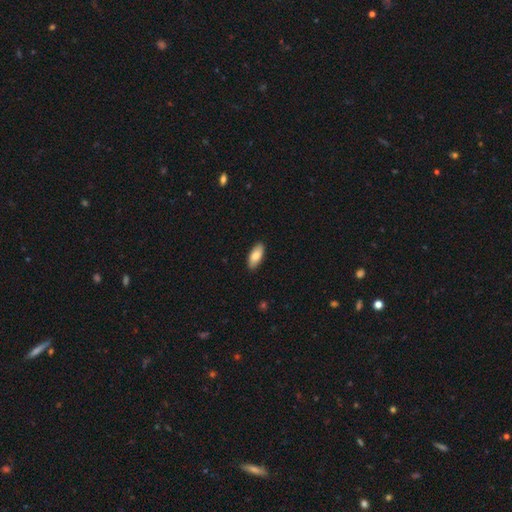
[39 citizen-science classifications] This appears to be a smooth galaxy with no disk features (74%) that is in between round and cigar-shaped (97%). Merging: none (97%).